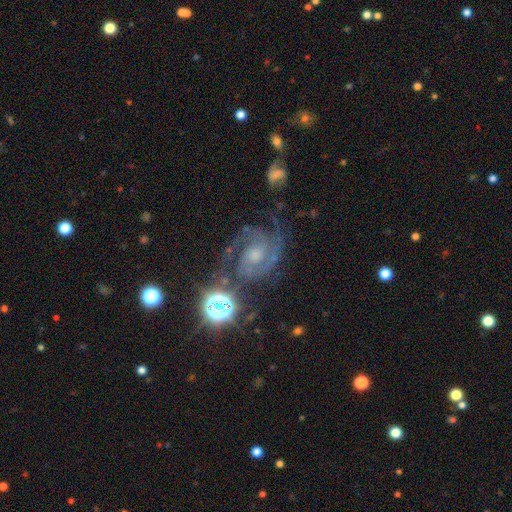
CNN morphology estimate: Smooth or featured? Predicted: featured or disk (p=0.83). Edge-on disk? Predicted: no (p=0.98). Bar? Predicted: no (p=0.60). Spiral arms? Predicted: yes (p=0.97). Spiral winding? Predicted: tight (p=0.52). Spiral arm count? Predicted: 2 (p=0.58). Bulge size? Predicted: moderate (p=0.49). Merging? Predicted: none (p=0.67).